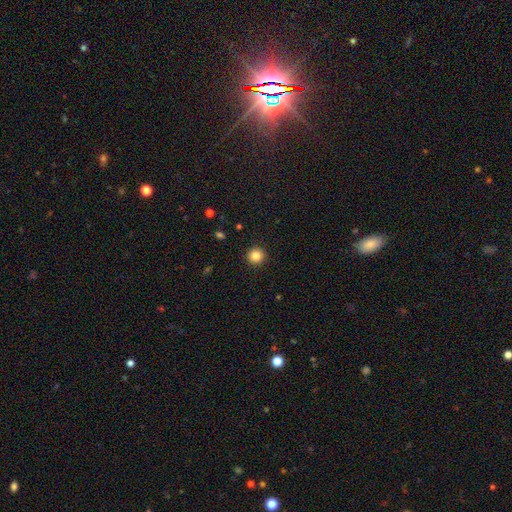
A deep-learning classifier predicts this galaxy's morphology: type=smooth (85%); roundness=round (95%); merging=none (93%).